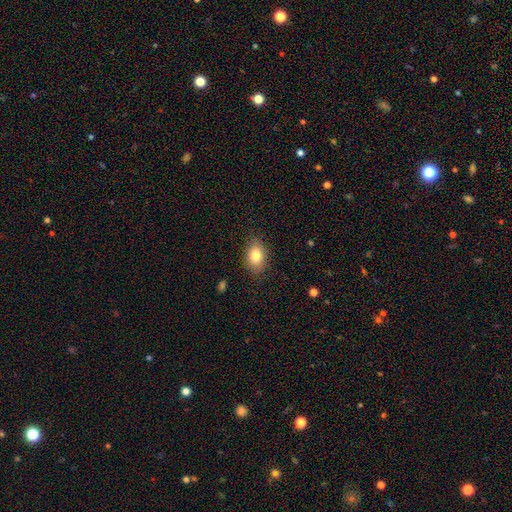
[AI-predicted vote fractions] Overall: smooth (81%). How rounded: in between (81%). Merging: none (84%).